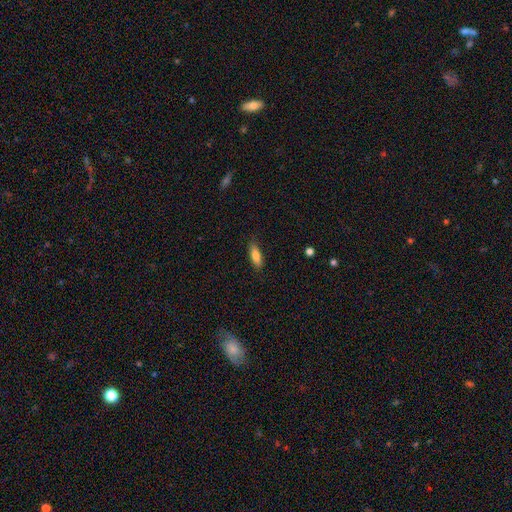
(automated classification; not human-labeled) smooth_or_featured: smooth (p=0.79) [alt: featured or disk p=0.14]
how_rounded: in between (p=0.56) [alt: cigar-shaped p=0.42]
merging: none (p=0.85) [alt: minor disturbance p=0.12]